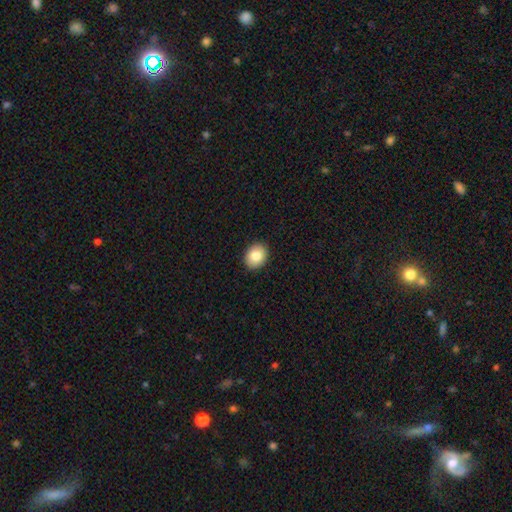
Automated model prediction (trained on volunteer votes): smooth 85%, star or artifact 8%, featured or disk 7%. Down the decision tree: how rounded — in between (55%); merging — none (91%).